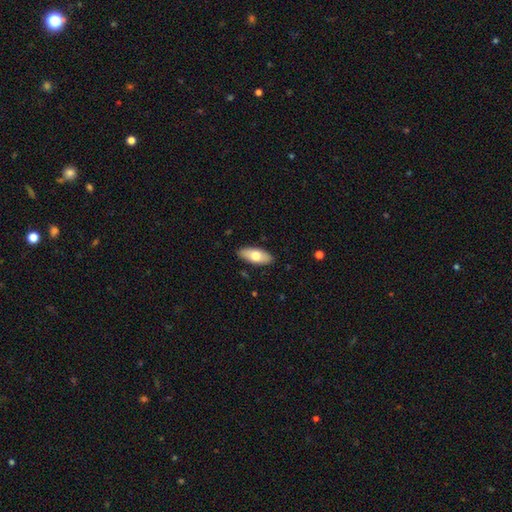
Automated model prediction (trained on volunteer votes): This is likely a smooth galaxy (71%). How rounded: clearly in between (86%). Merging: clearly none (89%).